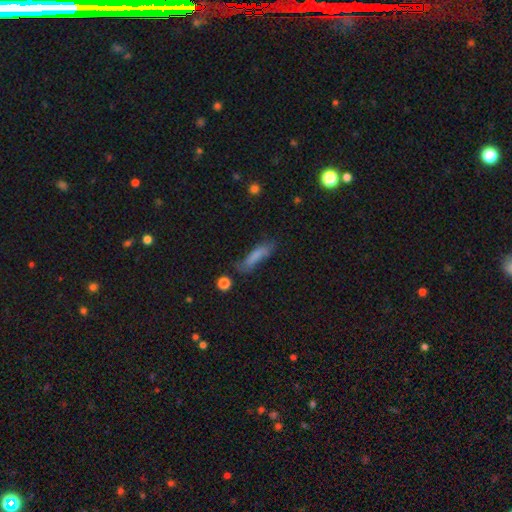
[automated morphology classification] A smooth galaxy with no disk features (71%) that is cigar-shaped (67%).

Vote fractions:
- Smooth or featured? smooth: 71% / featured or disk: 19% / star or artifact: 10%
- How rounded? cigar-shaped: 67% / in between: 30% / round: 3%
- Merging? none: 53% / minor disturbance: 29% / major disturbance: 13% / merger: 5%